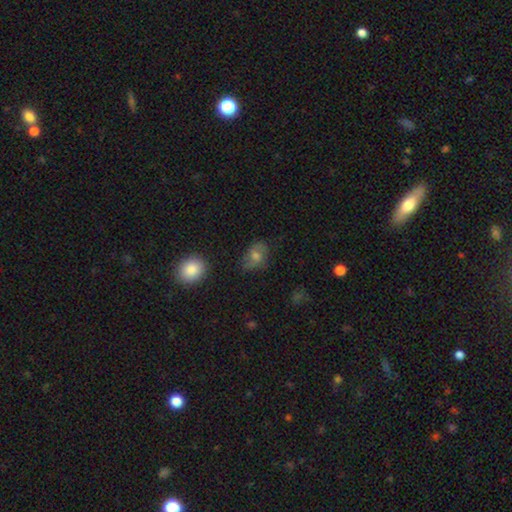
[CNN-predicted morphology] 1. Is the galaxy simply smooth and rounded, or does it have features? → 60% smooth, 27% featured or disk, 13% star or artifact.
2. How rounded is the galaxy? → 71% in between, 27% round, 2% cigar-shaped.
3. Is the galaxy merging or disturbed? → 68% none, 22% minor disturbance, 7% major disturbance, 2% merger.